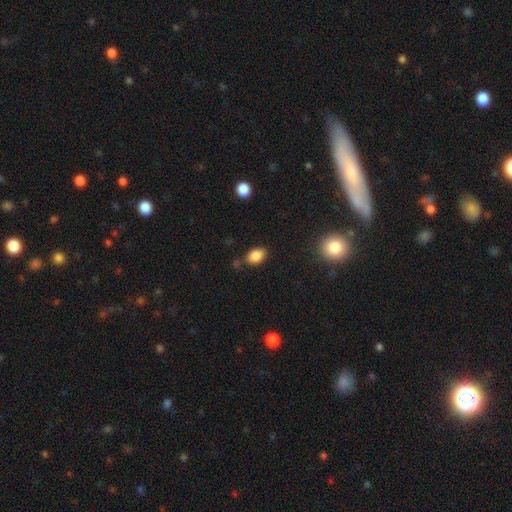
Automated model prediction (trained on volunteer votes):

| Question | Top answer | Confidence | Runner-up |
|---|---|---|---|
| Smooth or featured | smooth | 85% | star or artifact (10%) |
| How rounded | in between | 81% | round (18%) |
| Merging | none | 75% | minor disturbance (15%) |